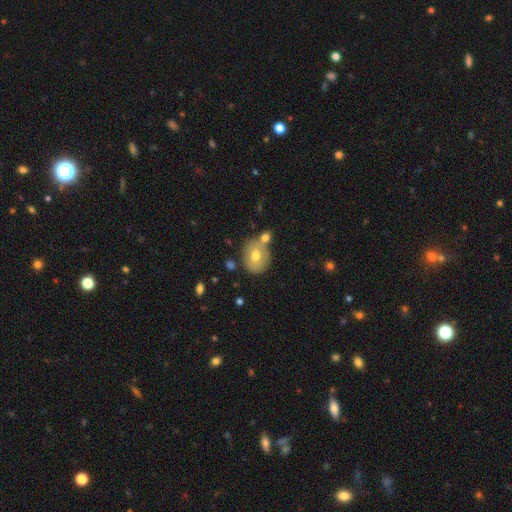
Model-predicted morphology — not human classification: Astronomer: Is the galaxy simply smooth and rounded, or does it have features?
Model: smooth — 67%.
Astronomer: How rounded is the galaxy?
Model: round — 60% (runner-up: in between, 39%).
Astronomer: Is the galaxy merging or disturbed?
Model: none — 55%.